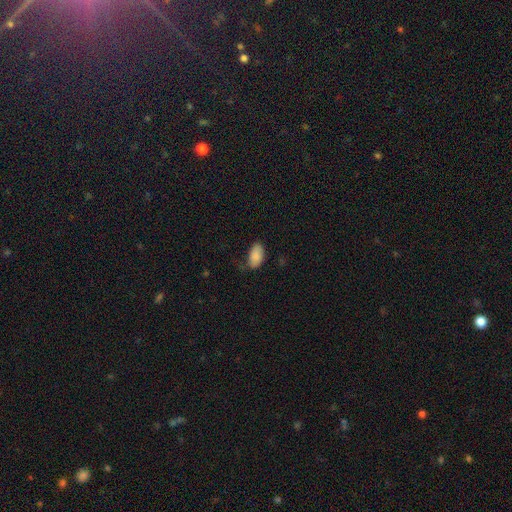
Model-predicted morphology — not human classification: smooth 85%, featured or disk 8%, star or artifact 7%. Down the decision tree: how rounded — in between (95%); merging — none (54%).